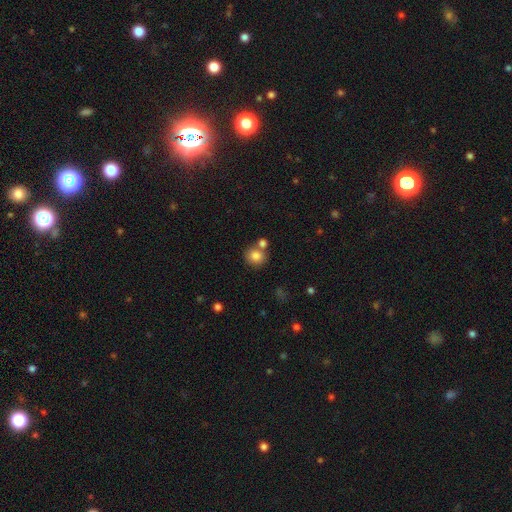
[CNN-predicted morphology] Q: Smooth or featured?
A: smooth (83%); runner-up: star or artifact (10%)
Q: How rounded?
A: round (84%); runner-up: in between (15%)
Q: Merging?
A: none (65%); runner-up: merger (23%)